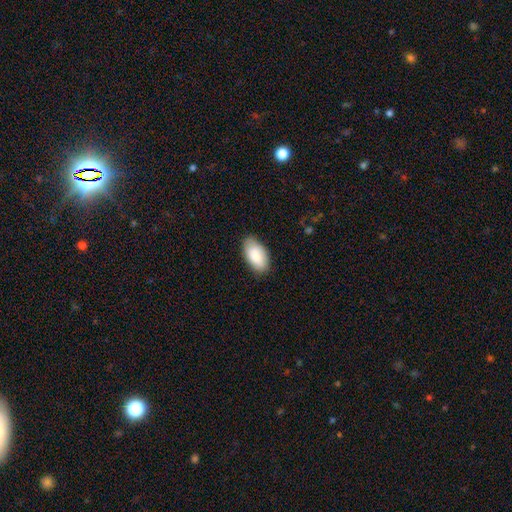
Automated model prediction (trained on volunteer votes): This appears to be a smooth galaxy with no disk features (86%) that is in between round and cigar-shaped (95%). Merging: none (82%).